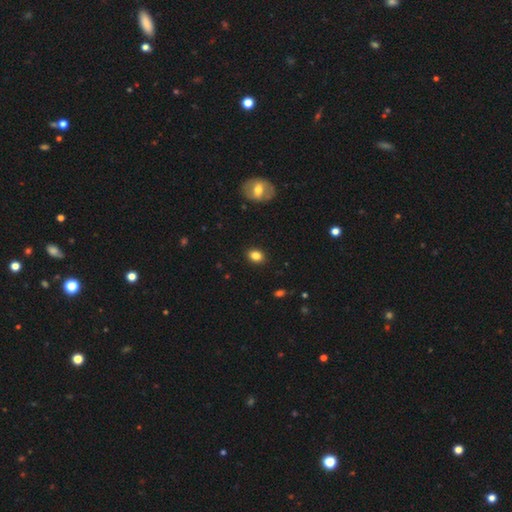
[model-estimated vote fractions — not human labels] A smooth galaxy with no disk features (84%) that is in between round and cigar-shaped (65%).

Vote fractions:
- Smooth or featured? smooth: 84% / star or artifact: 10% / featured or disk: 6%
- How rounded? in between: 65% / round: 34% / cigar-shaped: 1%
- Merging? none: 89% / minor disturbance: 8% / major disturbance: 2% / merger: 1%